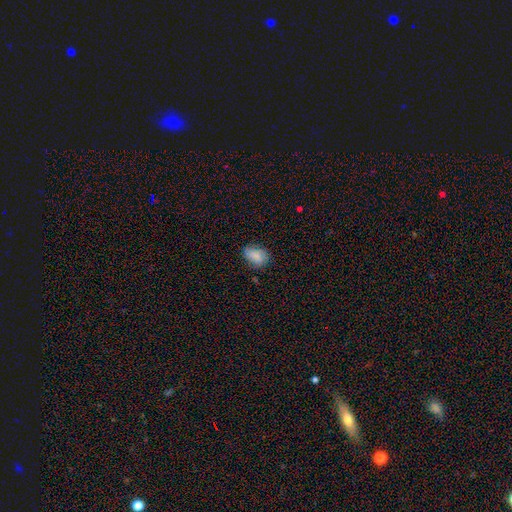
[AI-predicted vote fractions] Smooth or featured? smooth (78%)
How rounded? in between (77%)
Merging? none (65%)